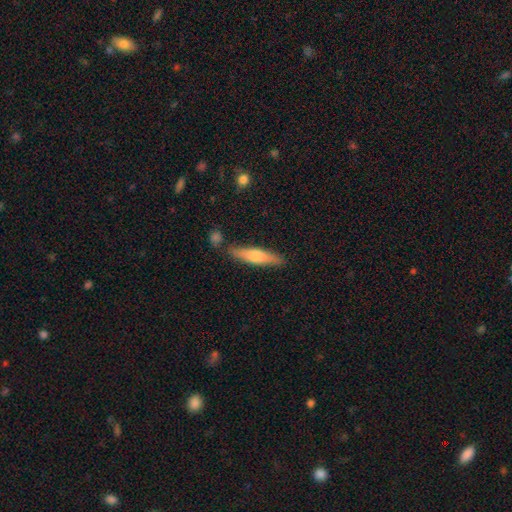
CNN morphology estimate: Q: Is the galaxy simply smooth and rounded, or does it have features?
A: smooth — 61%.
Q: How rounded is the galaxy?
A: cigar-shaped — 81%.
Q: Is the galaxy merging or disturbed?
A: none — 80%.